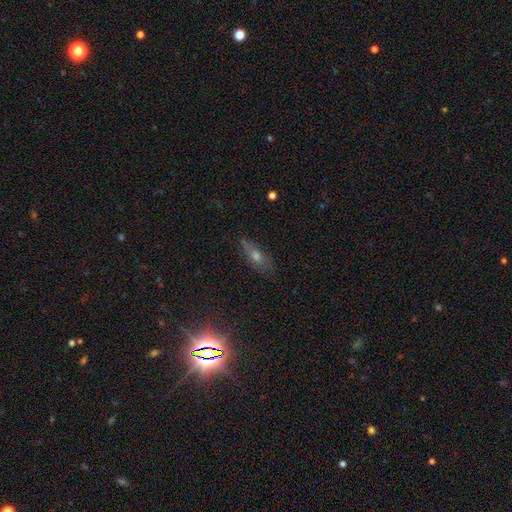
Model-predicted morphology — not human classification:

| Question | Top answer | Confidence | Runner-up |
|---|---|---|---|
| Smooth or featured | smooth | 37% | tied: featured or disk (37%) |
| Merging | none | 75% | minor disturbance (18%) |